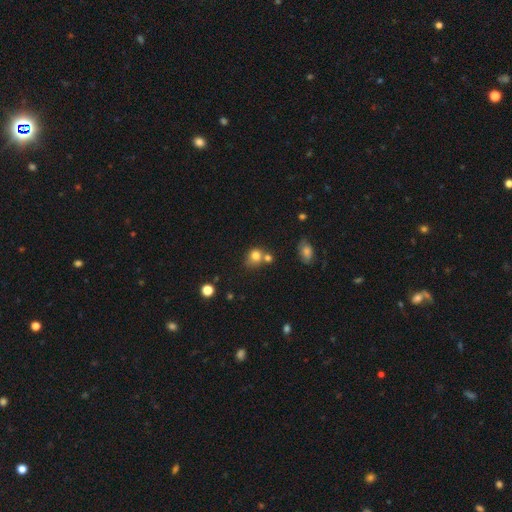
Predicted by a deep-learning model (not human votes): smooth_or_featured: smooth (p=0.79) [alt: star or artifact p=0.12]
how_rounded: round (p=0.75) [alt: in between p=0.24]
merging: none (p=0.52) [alt: merger p=0.30]